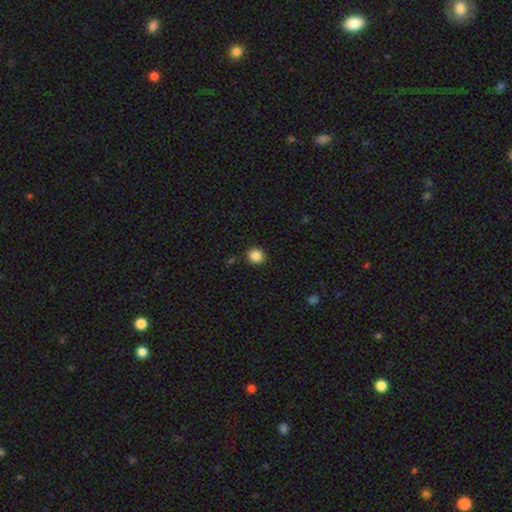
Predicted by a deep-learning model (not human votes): A smooth galaxy with no disk features (87%) that is round (76%). Merging: none (89%).